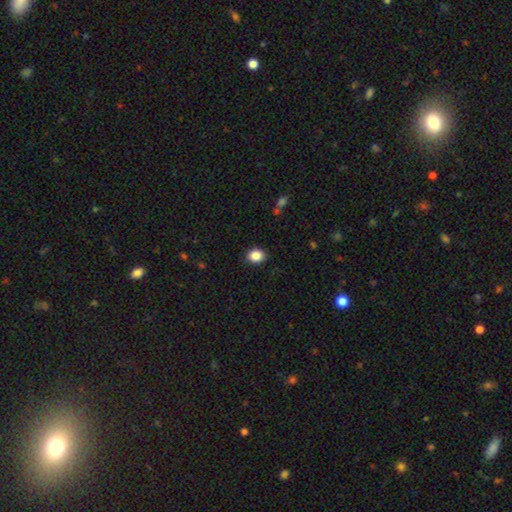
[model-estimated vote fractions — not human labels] Q: Smooth or featured?
A: smooth (87%); runner-up: star or artifact (9%)
Q: How rounded?
A: round (50%); runner-up: in between (49%)
Q: Merging?
A: none (88%); runner-up: minor disturbance (9%)